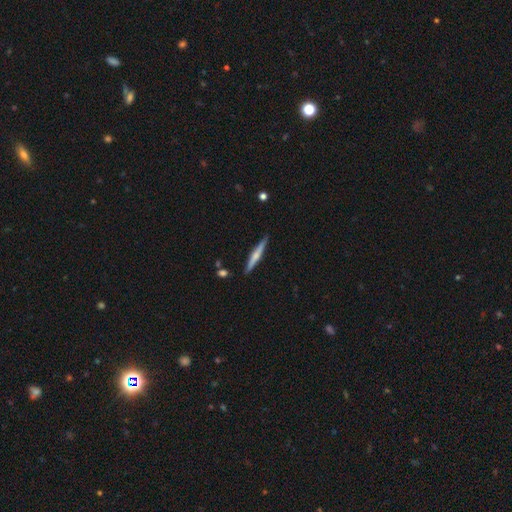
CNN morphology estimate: featured or disk 51%, smooth 44%, star or artifact 6%. Down the decision tree: edge-on disk — yes (97%); merging — none (89%).